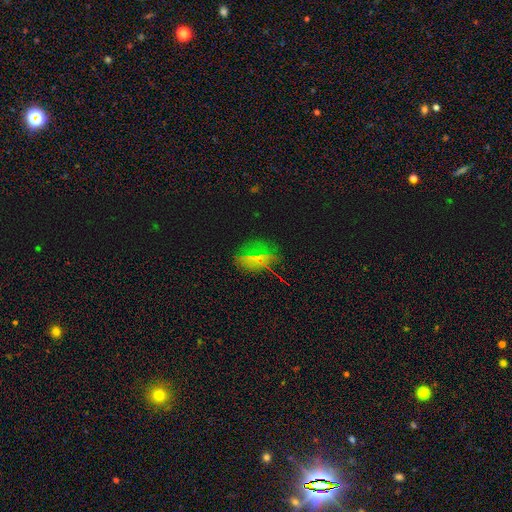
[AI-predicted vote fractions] This is marginally a star or artifact rather than a galaxy (45%).